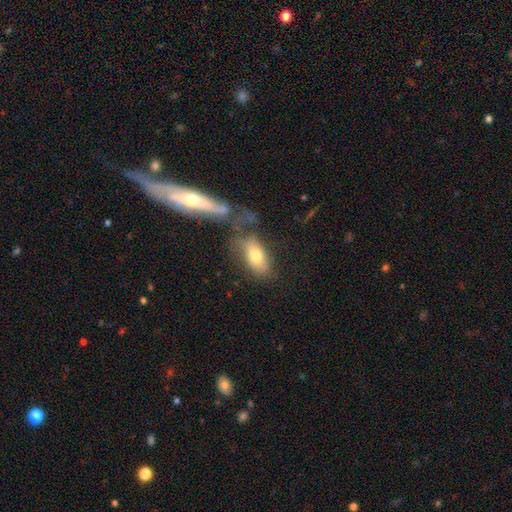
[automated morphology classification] Q: Smooth or featured?
A: smooth (68%); runner-up: featured or disk (23%)
Q: How rounded?
A: in between (86%); runner-up: cigar-shaped (8%)
Q: Merging?
A: none (41%); runner-up: merger (29%)